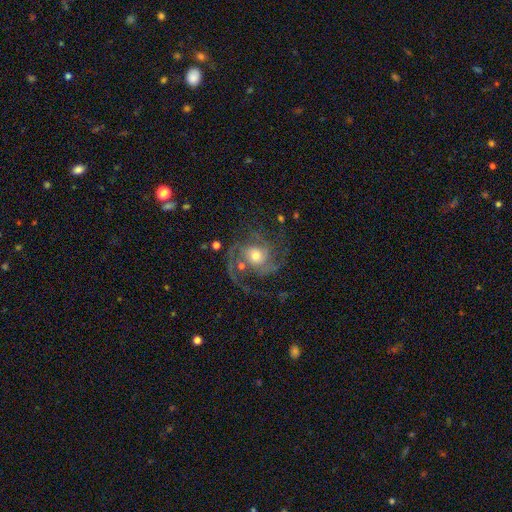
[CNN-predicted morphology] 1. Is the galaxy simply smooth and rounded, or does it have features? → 87% featured or disk, 7% smooth, 6% star or artifact.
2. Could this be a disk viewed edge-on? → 98% no, 2% yes.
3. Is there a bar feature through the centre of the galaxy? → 72% no, 23% weak, 5% strong.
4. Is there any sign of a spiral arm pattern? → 97% yes, 3% no.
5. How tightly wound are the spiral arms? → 51% medium, 32% tight, 17% loose.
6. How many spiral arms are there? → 34% 3, 32% 2, 13% can't tell, 8% 4, 7% 1, 6% more than 4.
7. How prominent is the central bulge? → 62% moderate, 22% small, 13% large, 2% none, 2% dominant.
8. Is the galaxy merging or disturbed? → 65% none, 17% major disturbance, 15% minor disturbance, 3% merger.